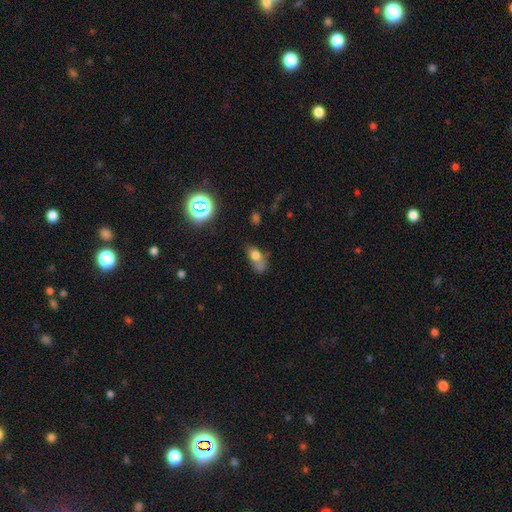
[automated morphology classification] smooth_or_featured: smooth (p=0.68) [alt: featured or disk p=0.18]
how_rounded: in between (p=0.77) [alt: round p=0.16]
merging: none (p=0.30) [alt: minor disturbance p=0.28]